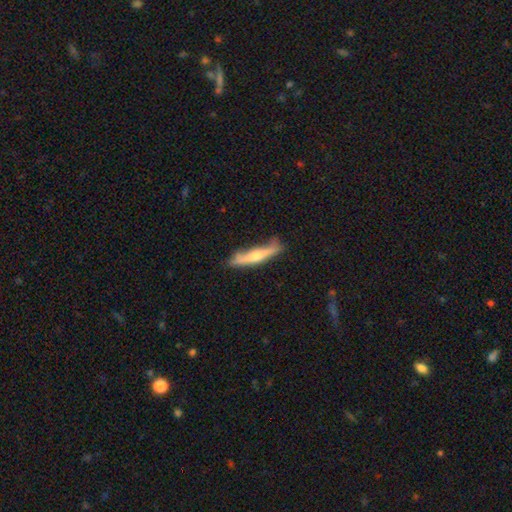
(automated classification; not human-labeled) smooth-or-featured: featured or disk: 54% | smooth: 40% | star or artifact: 6%
  disk-edge-on: yes: 90% | no: 10%
  merging: none: 75% | minor disturbance: 19% | major disturbance: 4% | merger: 2%